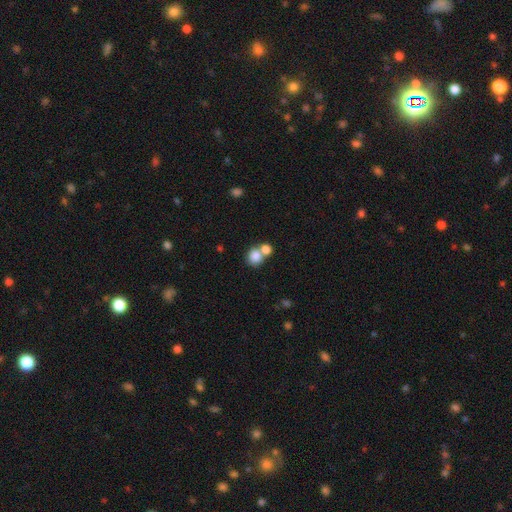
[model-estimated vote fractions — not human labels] Smooth or featured?
  - smooth: 82% *
  - star or artifact: 9%
  - featured or disk: 8%
How rounded?
  - round: 74% *
  - in between: 25%
  - cigar-shaped: 1%
Merging?
  - merger: 52% *
  - none: 38%
  - minor disturbance: 7%
  - major disturbance: 3%